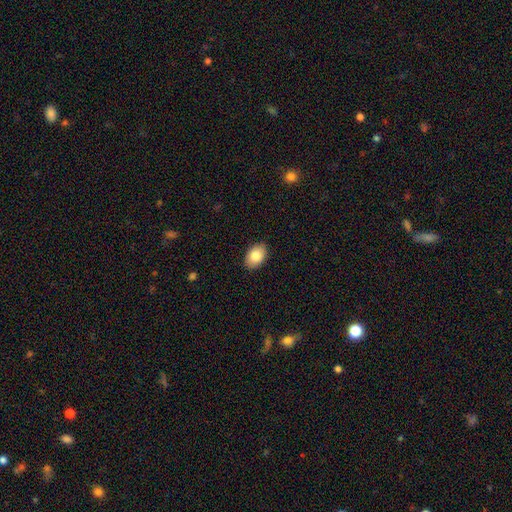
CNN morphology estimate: A smooth galaxy with no disk features (84%) that is in between round and cigar-shaped (86%).

Vote fractions:
- Smooth or featured? smooth: 84% / featured or disk: 9% / star or artifact: 7%
- How rounded? in between: 86% / round: 13% / cigar-shaped: 1%
- Merging? none: 89% / minor disturbance: 8% / major disturbance: 2% / merger: 1%